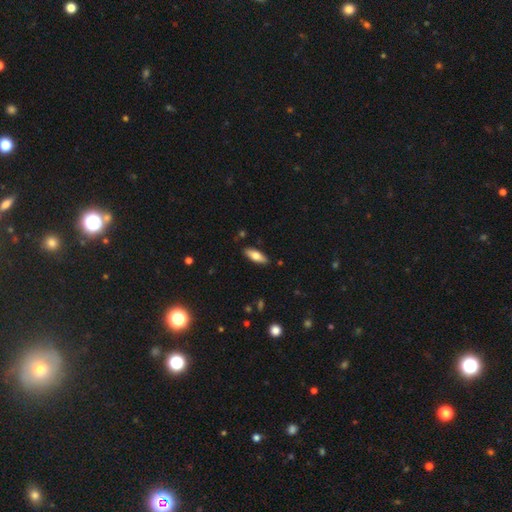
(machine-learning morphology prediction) Overall: smooth (72%). How rounded: in between (70%). Merging: none (87%).